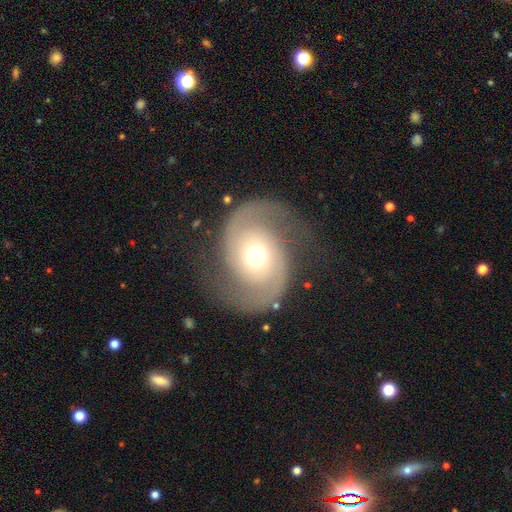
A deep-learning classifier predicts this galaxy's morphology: Smooth or featured: featured or disk — 89% (smooth — 6%)
Edge-on disk: no — 98% (yes — 2%)
Bar: no — 65% (weak — 27%)
Spiral arms: yes — 97% (no — 3%)
Spiral winding: medium — 50% (loose — 31%)
Spiral arm count: 2 — 94% (can't tell — 2%)
Bulge size: moderate — 66% (large — 16%)
Merging: none — 77% (minor disturbance — 12%)